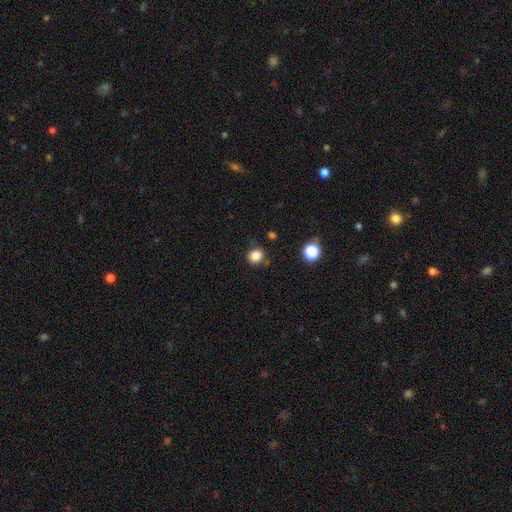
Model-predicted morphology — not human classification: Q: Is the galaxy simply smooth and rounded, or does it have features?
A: smooth — 84%.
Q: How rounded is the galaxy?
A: round — 75%.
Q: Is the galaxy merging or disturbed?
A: none — 80%.